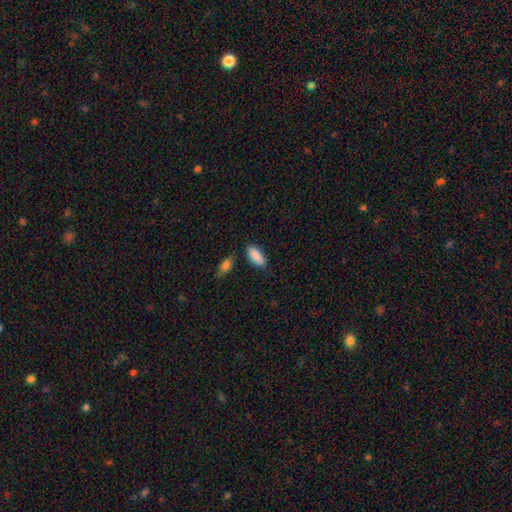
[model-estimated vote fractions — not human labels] smooth 90%, star or artifact 6%, featured or disk 5%. Down the decision tree: how rounded — in between (83%); merging — none (74%).